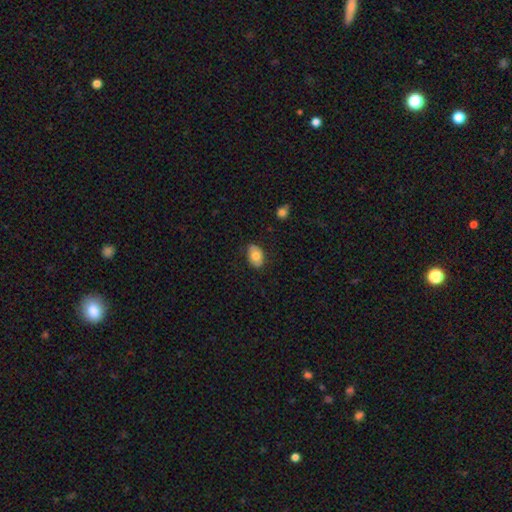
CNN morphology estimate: type=smooth (74%); roundness=in between (84%); merging=none (82%).